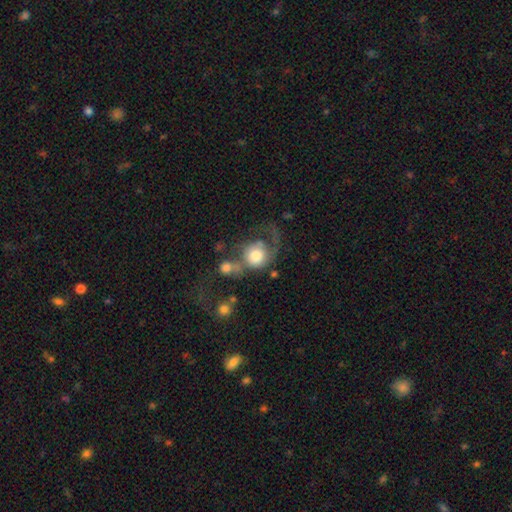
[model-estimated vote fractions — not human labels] A smooth galaxy with no disk features (62%) that is round (76%).

Vote fractions:
- Smooth or featured? smooth: 62% / featured or disk: 30% / star or artifact: 8%
- How rounded? round: 76% / in between: 23% / cigar-shaped: 1%
- Merging? major disturbance: 37% / merger: 28% / none: 21% / minor disturbance: 13%